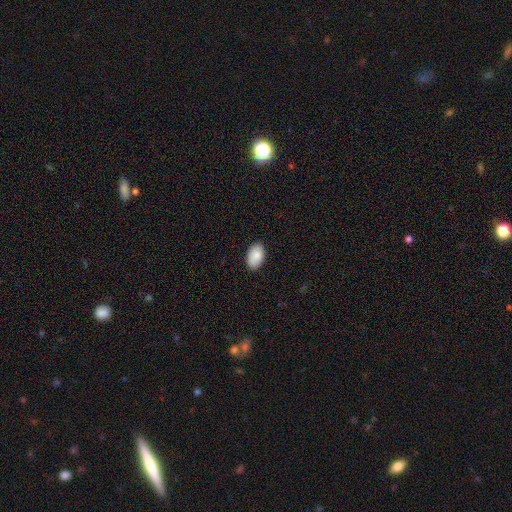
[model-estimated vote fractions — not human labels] Smooth or featured: smooth — 87% (featured or disk — 7%)
How rounded: in between — 93% (round — 6%)
Merging: none — 88% (minor disturbance — 9%)